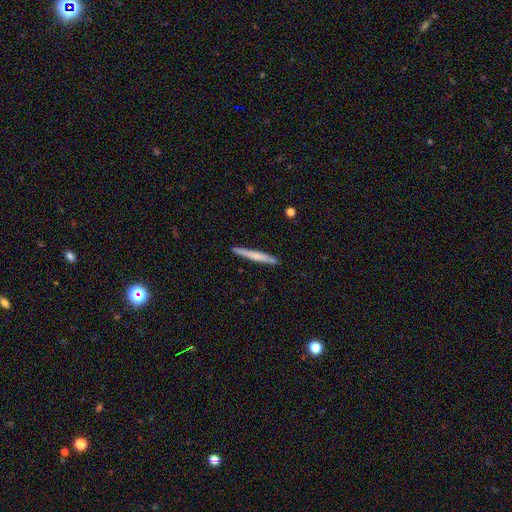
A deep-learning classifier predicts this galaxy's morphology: type=smooth (59%); roundness=cigar-shaped (96%); merging=none (89%).